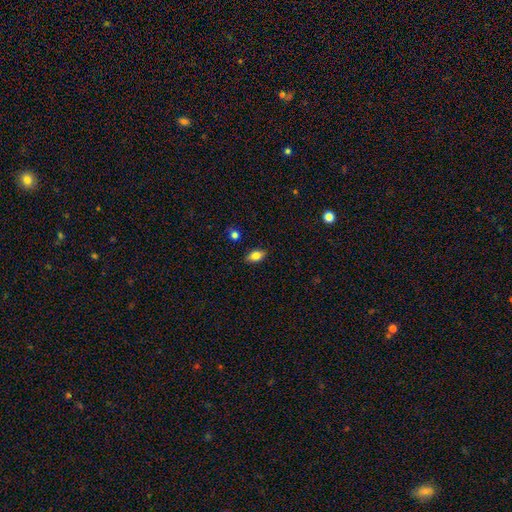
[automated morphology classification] smooth_or_featured: smooth (p=0.81) [alt: featured or disk p=0.10]
how_rounded: in between (p=0.88) [alt: round p=0.08]
merging: none (p=0.87) [alt: minor disturbance p=0.10]